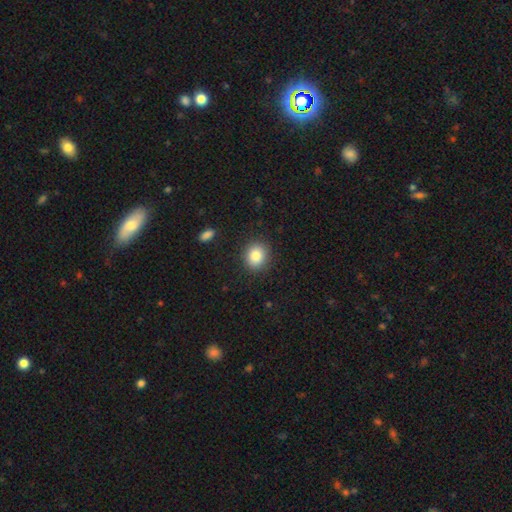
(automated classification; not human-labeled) Smooth or featured: smooth — 84% (star or artifact — 9%)
How rounded: round — 70% (in between — 29%)
Merging: none — 89% (minor disturbance — 8%)